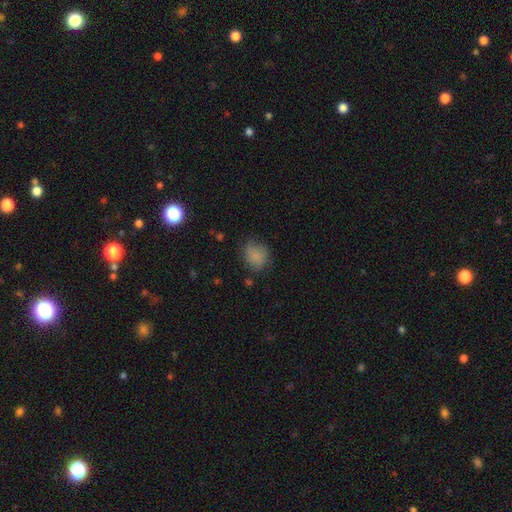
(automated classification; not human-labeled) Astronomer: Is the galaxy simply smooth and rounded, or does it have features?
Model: smooth — 81%.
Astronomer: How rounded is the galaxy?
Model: round — 67%.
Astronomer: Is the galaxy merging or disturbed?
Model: none — 71%.